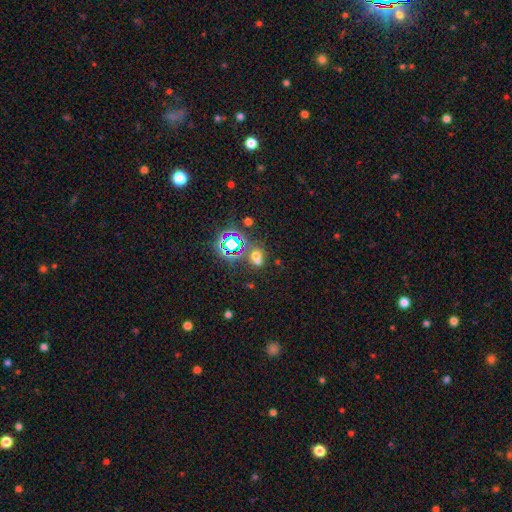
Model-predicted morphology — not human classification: This appears to be a smooth galaxy with no disk features (45%). Merging: none (47%).